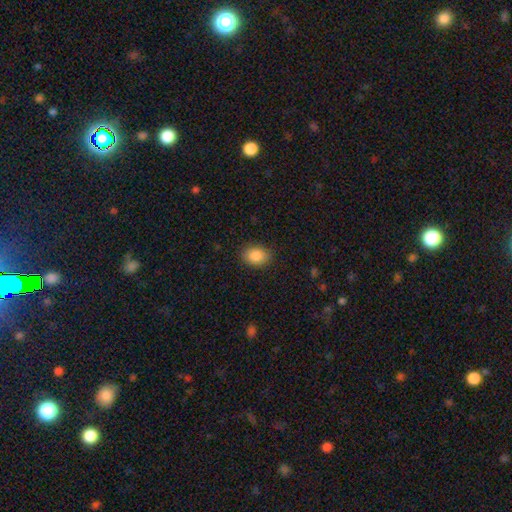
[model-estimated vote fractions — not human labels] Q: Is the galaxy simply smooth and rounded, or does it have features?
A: smooth — 87%.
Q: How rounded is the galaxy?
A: in between — 73%.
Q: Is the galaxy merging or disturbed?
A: none — 86%.